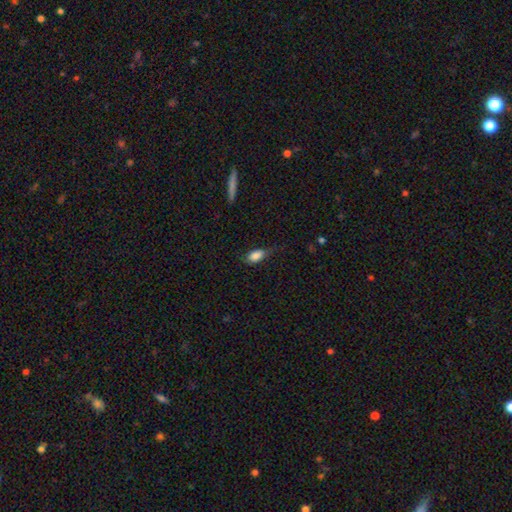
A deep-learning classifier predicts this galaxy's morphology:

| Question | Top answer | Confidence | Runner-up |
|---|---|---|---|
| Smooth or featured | smooth | 83% | featured or disk (9%) |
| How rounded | in between | 88% | round (6%) |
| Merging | none | 51% | minor disturbance (33%) |